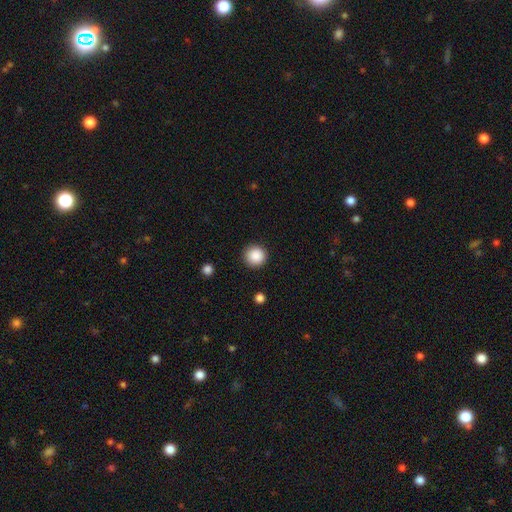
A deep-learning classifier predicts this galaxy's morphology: Smooth or featured: smooth — 88% (star or artifact — 9%)
How rounded: round — 96% (in between — 3%)
Merging: none — 91% (minor disturbance — 6%)